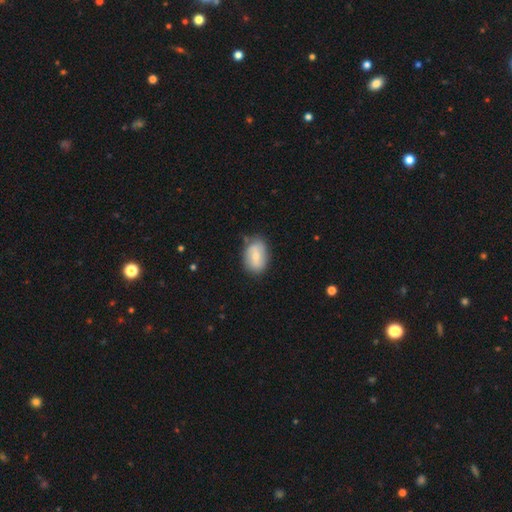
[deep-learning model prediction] Smooth or featured: smooth — 59% (featured or disk — 34%)
How rounded: in between — 79% (round — 19%)
Merging: none — 74% (minor disturbance — 19%)